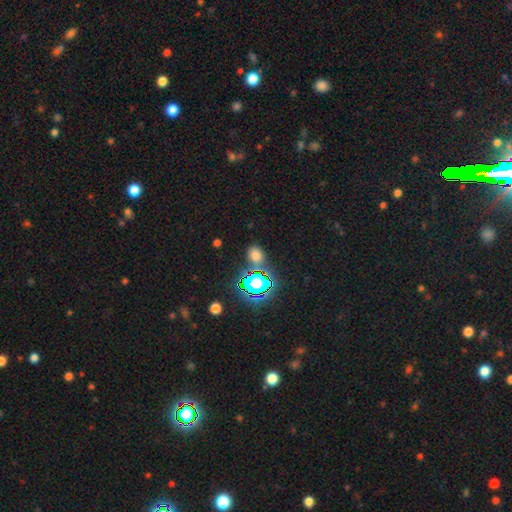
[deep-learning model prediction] This appears to be a smooth galaxy with no disk features (62%) that is in between round and cigar-shaped (53%). Merging: none (75%).